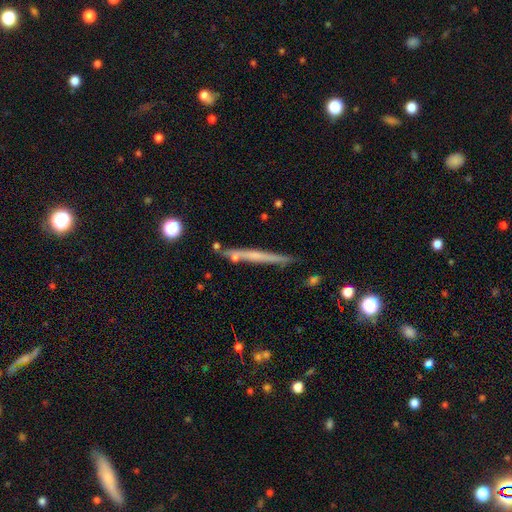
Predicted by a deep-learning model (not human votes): This is possibly a featured or disk galaxy (50%). Merging: clearly none (81%).